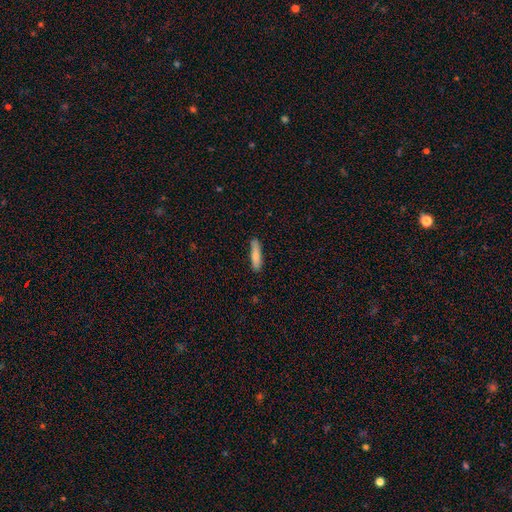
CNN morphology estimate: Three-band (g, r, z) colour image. It shows a smooth galaxy with no disk features (78%) that is cigar-shaped (78%). Merging: none (81%).